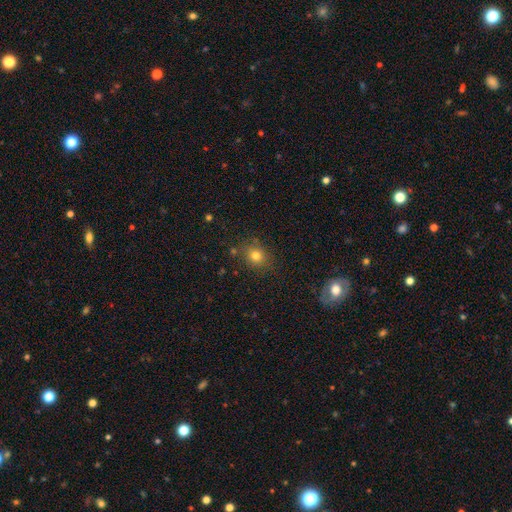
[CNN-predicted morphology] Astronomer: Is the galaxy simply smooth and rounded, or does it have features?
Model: smooth — 77%.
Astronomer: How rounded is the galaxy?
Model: round — 69%.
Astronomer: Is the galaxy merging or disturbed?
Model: none — 82%.